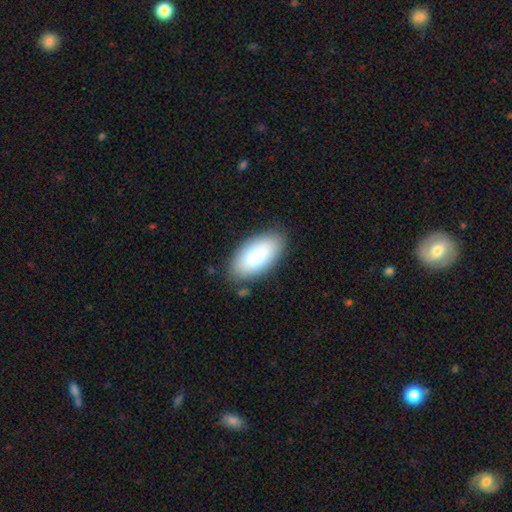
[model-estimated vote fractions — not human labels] This appears to be a smooth galaxy with no disk features (79%) that is in between round and cigar-shaped (95%). Merging: none (83%).